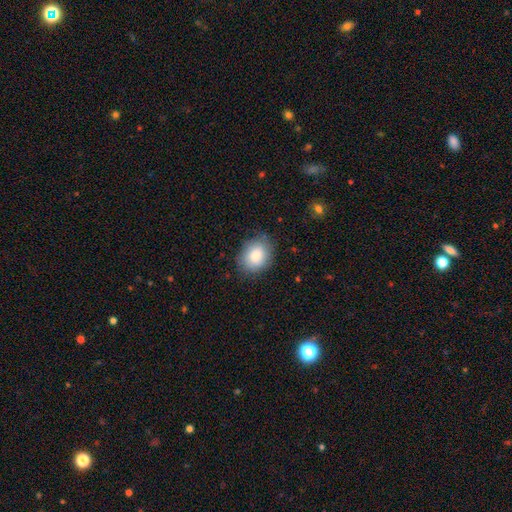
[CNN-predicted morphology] Smooth or featured? Predicted: smooth (p=0.84). How rounded? Predicted: in between (p=0.62). Merging? Predicted: none (p=0.79).